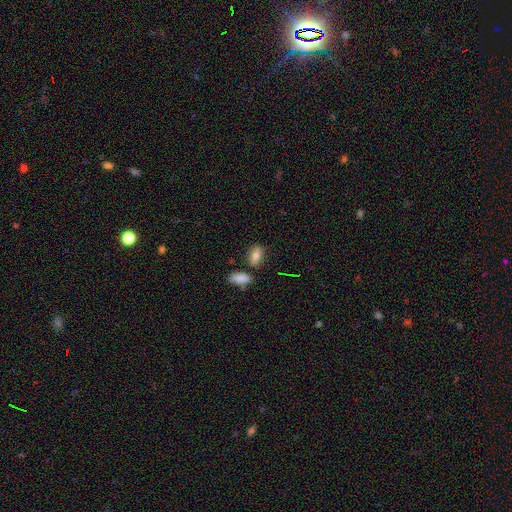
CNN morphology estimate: smooth 80%, featured or disk 11%, star or artifact 9%. Down the decision tree: how rounded — in between (86%); merging — none (76%).